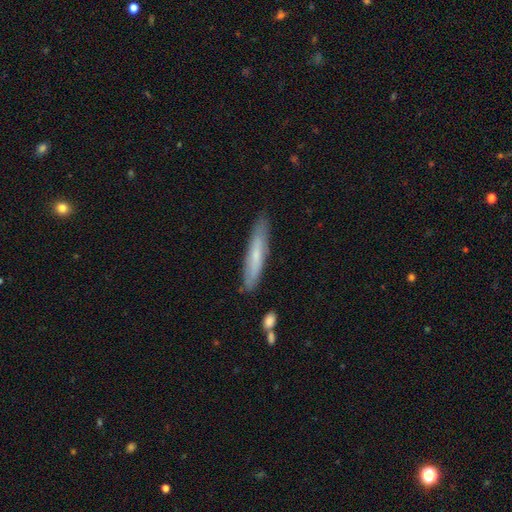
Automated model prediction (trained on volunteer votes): The model was most divided on "smooth or featured": smooth: 58%, featured or disk: 36%, star or artifact: 7%. More confident: how rounded — cigar-shaped (88%); merging — none (84%).